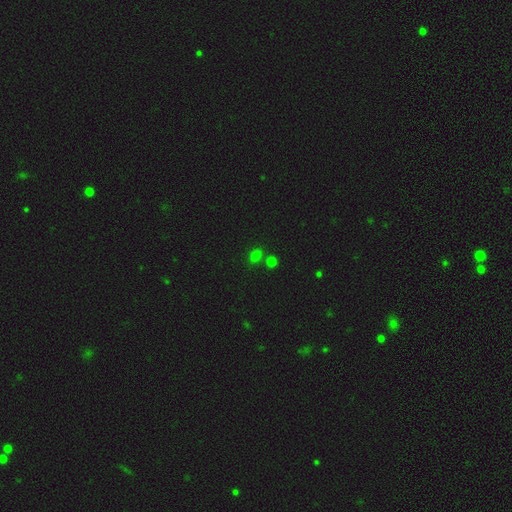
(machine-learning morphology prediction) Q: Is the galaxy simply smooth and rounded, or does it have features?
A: smooth — 67%.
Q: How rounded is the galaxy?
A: in between — 59%.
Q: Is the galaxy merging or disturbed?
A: none — 69%.